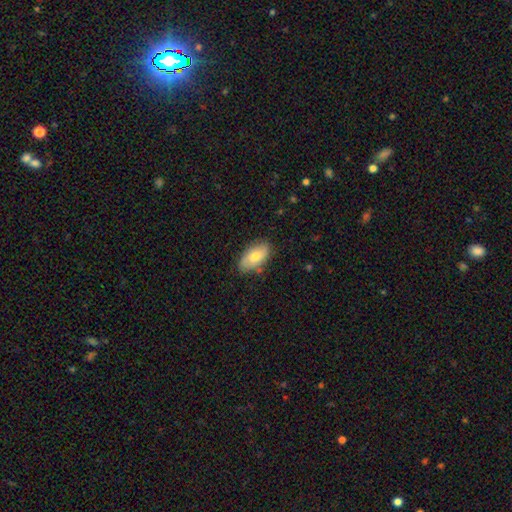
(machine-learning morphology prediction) Overall: smooth (75%). How rounded: in between (93%). Merging: none (79%).